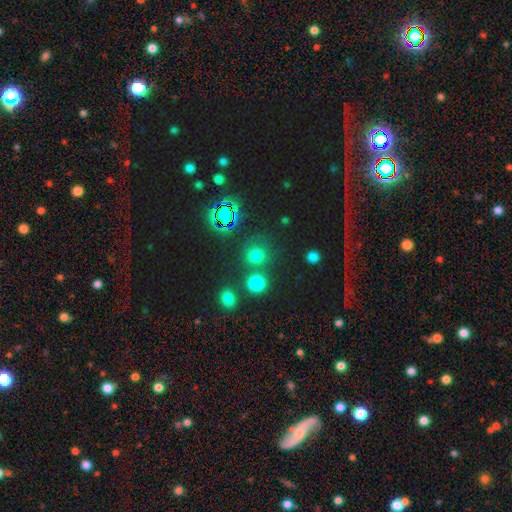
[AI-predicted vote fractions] smooth_or_featured: smooth (p=0.68) [alt: star or artifact p=0.25]
how_rounded: round (p=0.86) [alt: in between p=0.12]
merging: none (p=0.68) [alt: merger p=0.17]